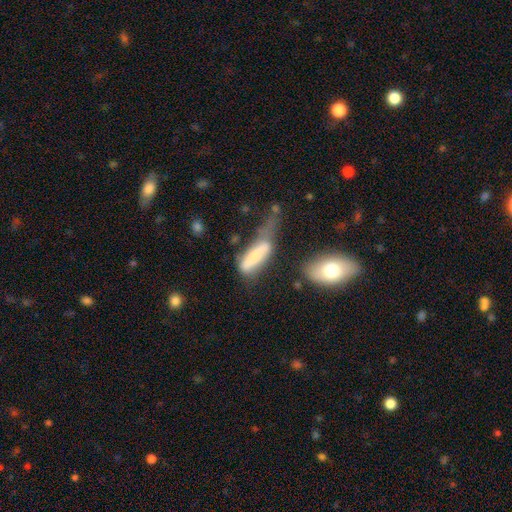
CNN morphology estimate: Smooth or featured?
  - smooth: 65% *
  - featured or disk: 26%
  - star or artifact: 9%
How rounded?
  - cigar-shaped: 58% *
  - in between: 40%
  - round: 2%
Merging?
  - major disturbance: 39% *
  - minor disturbance: 27%
  - none: 20%
  - merger: 14%